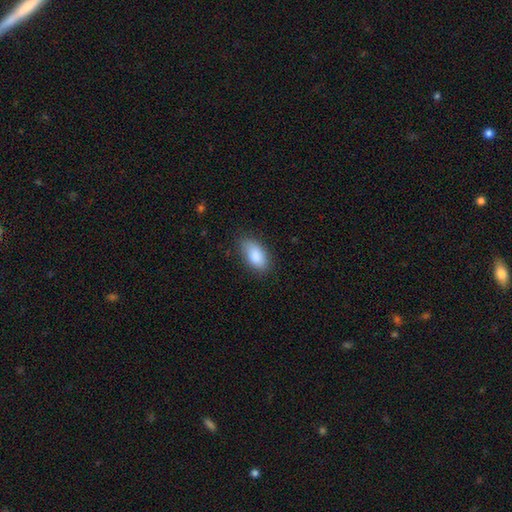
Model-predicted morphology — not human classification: Overall: smooth (88%). How rounded: in between (91%). Merging: none (76%).